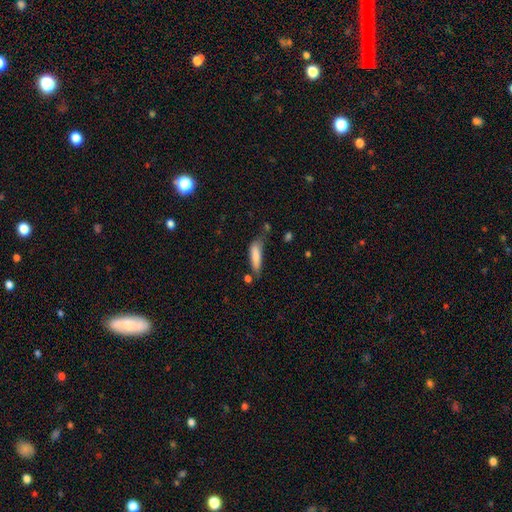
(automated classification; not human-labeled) smooth 80%, featured or disk 13%, star or artifact 7%. Down the decision tree: how rounded — cigar-shaped (59%); merging — none (48%).